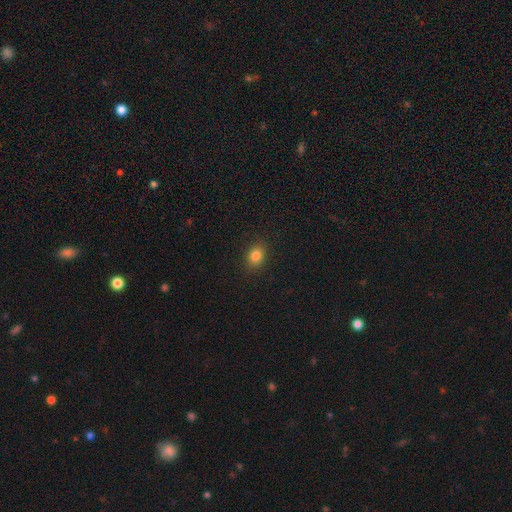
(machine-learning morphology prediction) Smooth or featured? smooth (83%)
How rounded? in between (52%)
Merging? none (88%)